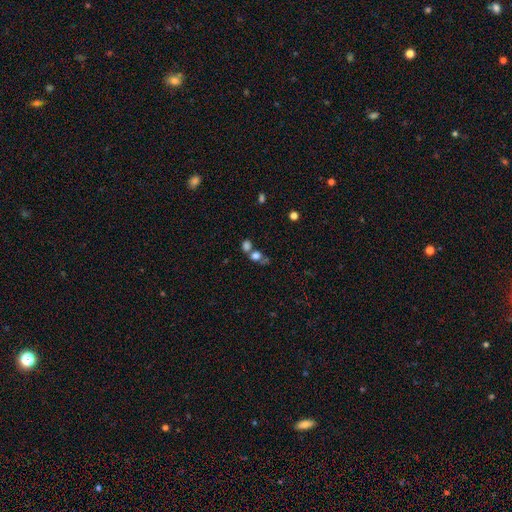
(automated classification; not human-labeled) Morphology: type=smooth (71%); roundness=round (60%); merging=merger (43%).